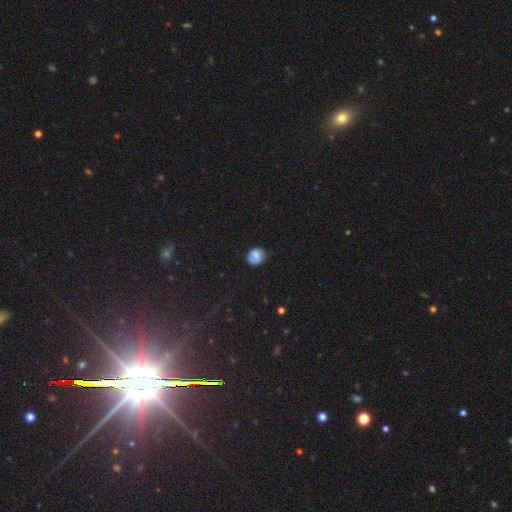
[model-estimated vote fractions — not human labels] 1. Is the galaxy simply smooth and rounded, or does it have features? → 63% smooth, 24% featured or disk, 13% star or artifact.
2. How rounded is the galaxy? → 72% round, 27% in between, 1% cigar-shaped.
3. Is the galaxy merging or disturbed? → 75% none, 18% minor disturbance, 5% major disturbance, 2% merger.